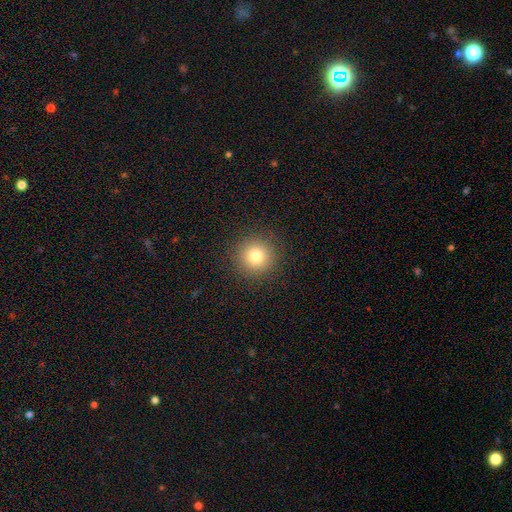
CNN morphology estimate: smooth-or-featured: smooth: 79% | star or artifact: 14% | featured or disk: 8%
  how-rounded: round: 96% | in between: 4% | cigar-shaped: 1%
  merging: none: 93% | minor disturbance: 5% | major disturbance: 2% | merger: 1%